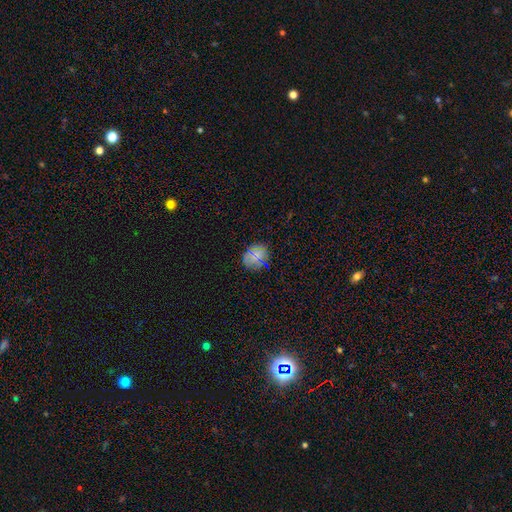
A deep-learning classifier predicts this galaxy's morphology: A smooth galaxy with no disk features (64%) that is round (65%).

Vote fractions:
- Smooth or featured? smooth: 64% / star or artifact: 25% / featured or disk: 11%
- How rounded? round: 65% / in between: 34% / cigar-shaped: 2%
- Merging? none: 84% / minor disturbance: 12% / major disturbance: 3% / merger: 1%